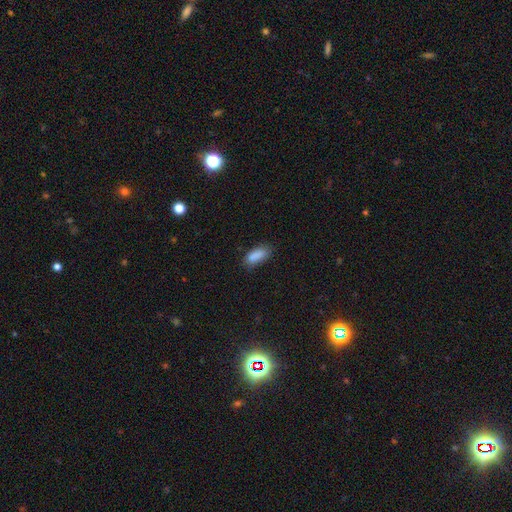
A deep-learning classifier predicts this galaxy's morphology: A smooth galaxy with no disk features (87%) that is in between round and cigar-shaped (80%).

Vote fractions:
- Smooth or featured? smooth: 87% / star or artifact: 8% / featured or disk: 5%
- How rounded? in between: 80% / cigar-shaped: 18% / round: 2%
- Merging? none: 70% / minor disturbance: 23% / major disturbance: 5% / merger: 2%